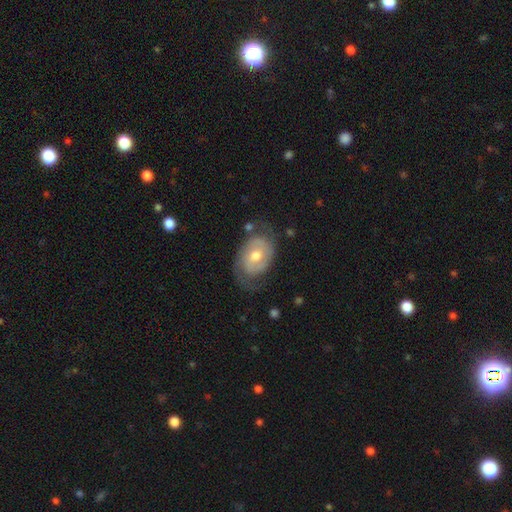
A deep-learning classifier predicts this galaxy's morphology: A featured or disk galaxy (76%) with no bar (60%), 2 (76%) tight (50%) spiral arms (87%) and a moderate central bulge (72%). Merging: none (66%).